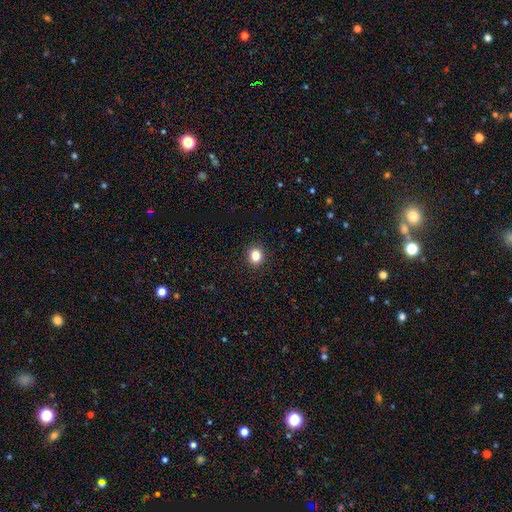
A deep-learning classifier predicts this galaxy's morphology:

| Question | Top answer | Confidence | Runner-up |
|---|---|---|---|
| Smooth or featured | smooth | 84% | star or artifact (11%) |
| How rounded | round | 83% | in between (16%) |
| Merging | none | 93% | minor disturbance (5%) |